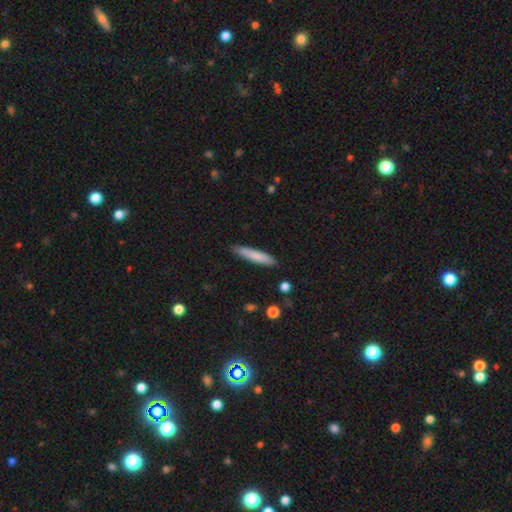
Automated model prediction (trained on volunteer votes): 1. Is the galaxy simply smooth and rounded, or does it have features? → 77% smooth, 17% featured or disk, 6% star or artifact.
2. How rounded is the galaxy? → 91% cigar-shaped, 7% in between, 1% round.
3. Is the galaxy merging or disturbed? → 86% none, 10% minor disturbance, 2% major disturbance, 1% merger.